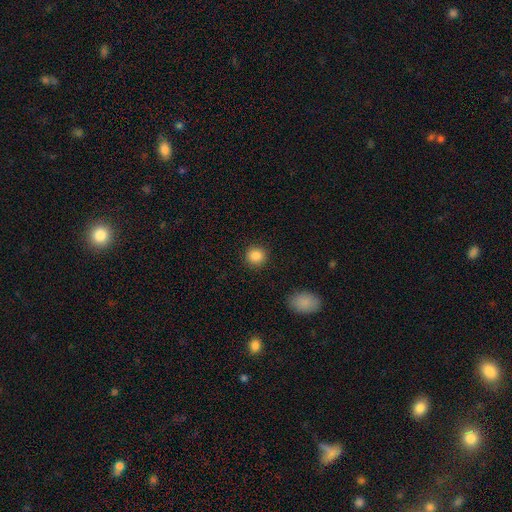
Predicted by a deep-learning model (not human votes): Overall: smooth (86%). How rounded: round (92%). Merging: none (92%).